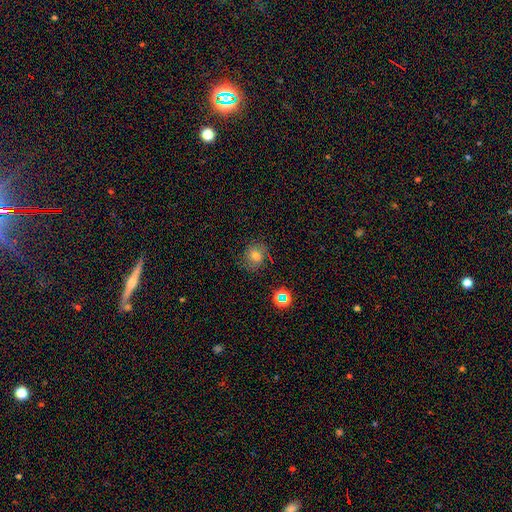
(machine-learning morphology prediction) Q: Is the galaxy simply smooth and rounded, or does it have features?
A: smooth — 68%.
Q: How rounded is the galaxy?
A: round — 66%.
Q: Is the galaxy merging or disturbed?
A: none — 77%.